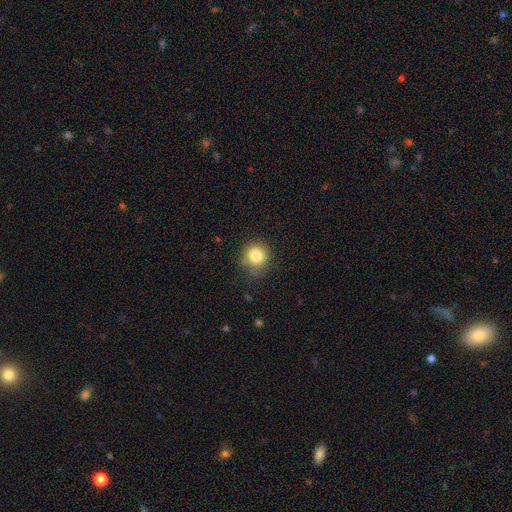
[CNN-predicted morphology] Smooth or featured? Predicted: smooth (p=0.81). How rounded? Predicted: round (p=0.87). Merging? Predicted: none (p=0.73).